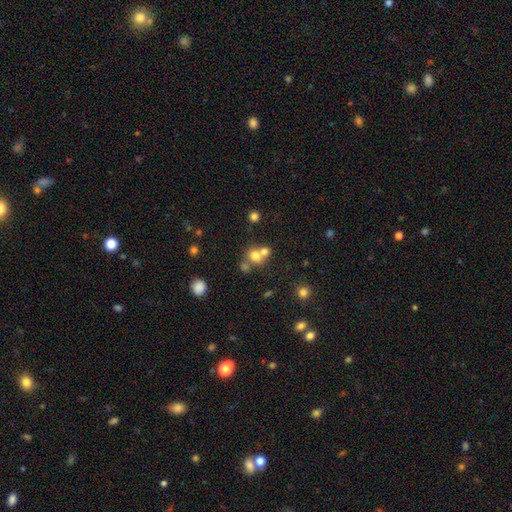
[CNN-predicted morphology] Q: Smooth or featured?
A: smooth (70%); runner-up: star or artifact (15%)
Q: How rounded?
A: round (79%); runner-up: in between (20%)
Q: Merging?
A: merger (51%); runner-up: none (39%)